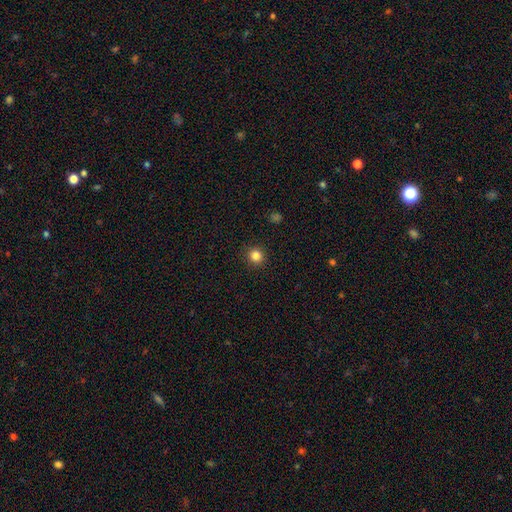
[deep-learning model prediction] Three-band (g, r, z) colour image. It shows a smooth galaxy with no disk features (84%) that is round (93%). Merging: none (92%).